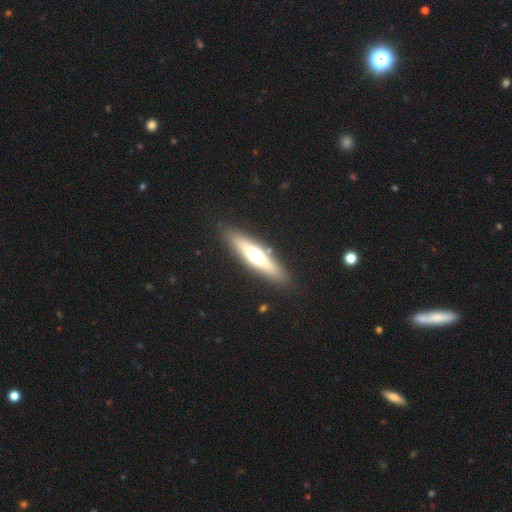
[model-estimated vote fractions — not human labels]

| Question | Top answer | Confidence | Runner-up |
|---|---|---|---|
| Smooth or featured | featured or disk | 49% | smooth (44%) |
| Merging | none | 87% | minor disturbance (9%) |